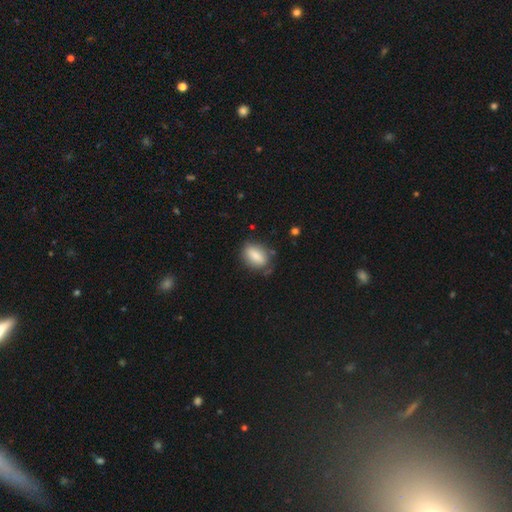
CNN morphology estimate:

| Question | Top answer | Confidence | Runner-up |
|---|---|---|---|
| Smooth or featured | smooth | 81% | featured or disk (12%) |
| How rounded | in between | 82% | round (9%) |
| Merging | none | 71% | minor disturbance (21%) |